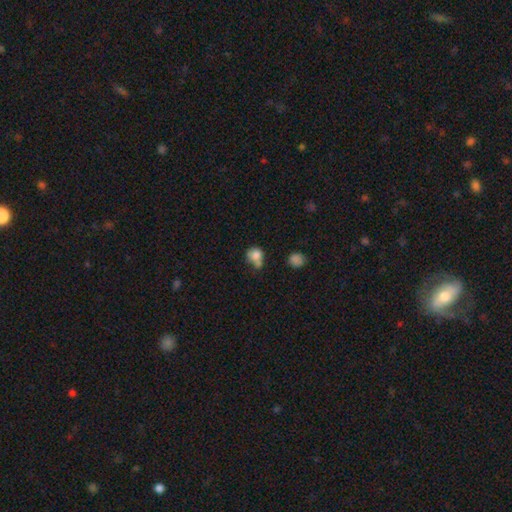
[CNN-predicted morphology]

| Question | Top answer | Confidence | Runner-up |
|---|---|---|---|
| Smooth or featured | smooth | 79% | star or artifact (11%) |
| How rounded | round | 73% | in between (26%) |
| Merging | none | 39% | merger (34%) |